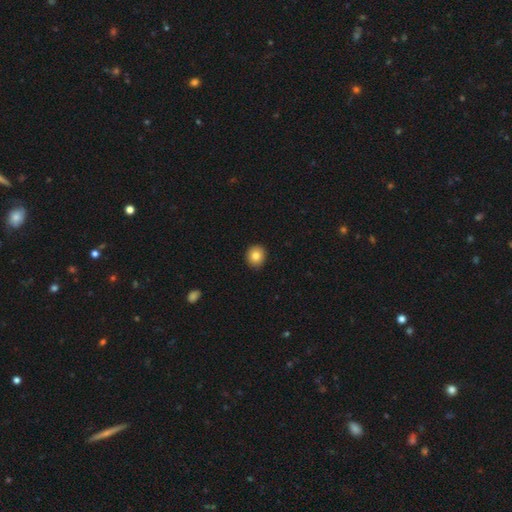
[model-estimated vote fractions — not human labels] This is clearly a smooth galaxy (82%). How rounded: clearly round (85%). Merging: clearly none (92%).